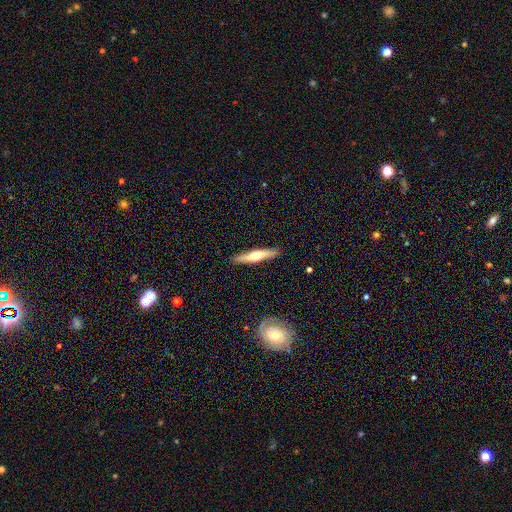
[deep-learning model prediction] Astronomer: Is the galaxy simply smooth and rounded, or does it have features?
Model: featured or disk — 54% (runner-up: smooth, 41%).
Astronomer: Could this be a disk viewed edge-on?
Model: yes — 92%.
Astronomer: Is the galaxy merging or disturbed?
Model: none — 91%.